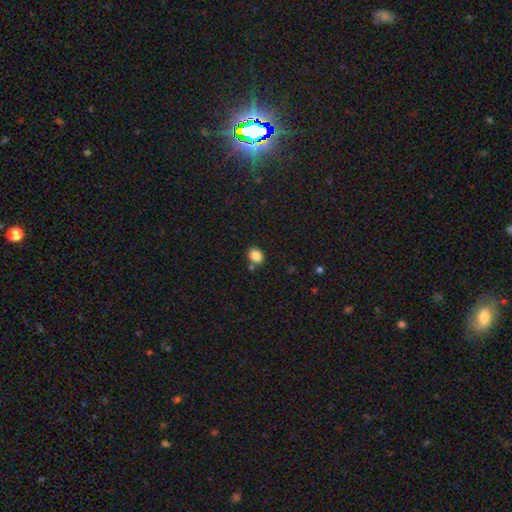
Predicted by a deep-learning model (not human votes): The model was most divided on "how rounded": round: 52%, in between: 47%, cigar-shaped: 1%. More confident: smooth or featured — smooth (85%); merging — none (78%).